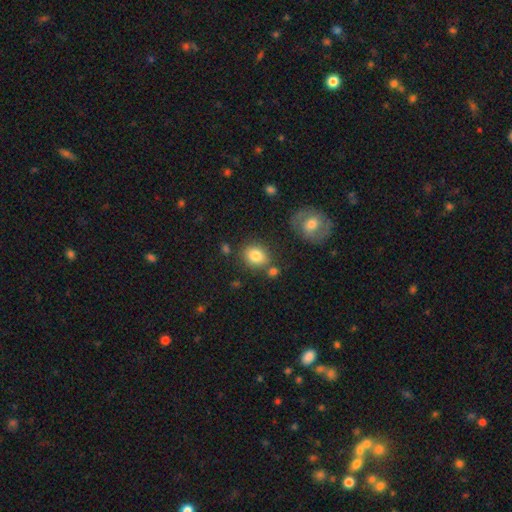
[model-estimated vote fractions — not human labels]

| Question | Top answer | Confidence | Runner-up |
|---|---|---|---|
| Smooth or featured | smooth | 83% | star or artifact (9%) |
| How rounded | round | 58% | in between (41%) |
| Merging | none | 72% | minor disturbance (13%) |